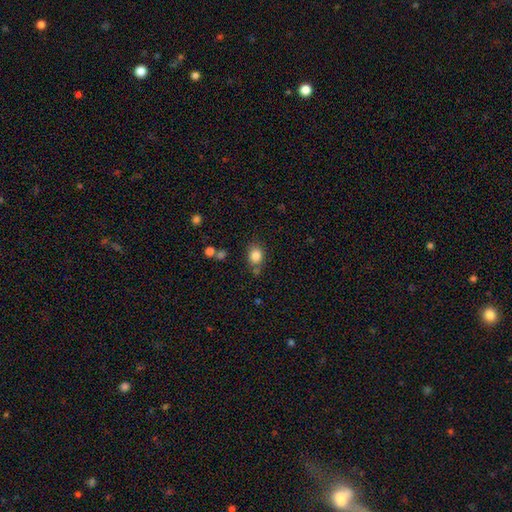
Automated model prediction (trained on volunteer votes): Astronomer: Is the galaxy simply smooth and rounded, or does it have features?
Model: smooth — 85%.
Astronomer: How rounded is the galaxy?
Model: round — 50% (runner-up: in between, 49%).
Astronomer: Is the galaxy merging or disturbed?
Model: none — 71%.